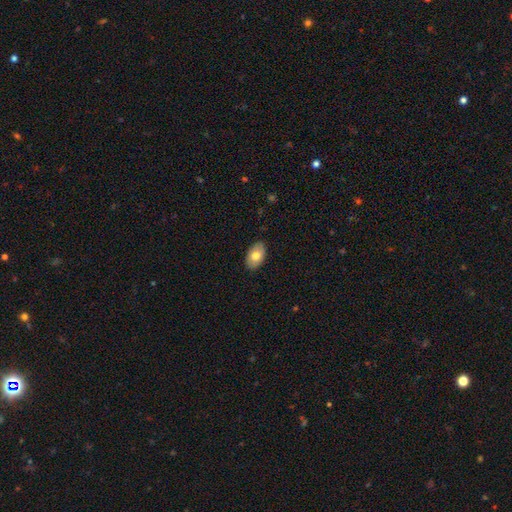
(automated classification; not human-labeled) Q: Smooth or featured?
A: smooth (74%); runner-up: featured or disk (19%)
Q: How rounded?
A: in between (92%); runner-up: round (7%)
Q: Merging?
A: none (87%); runner-up: minor disturbance (10%)